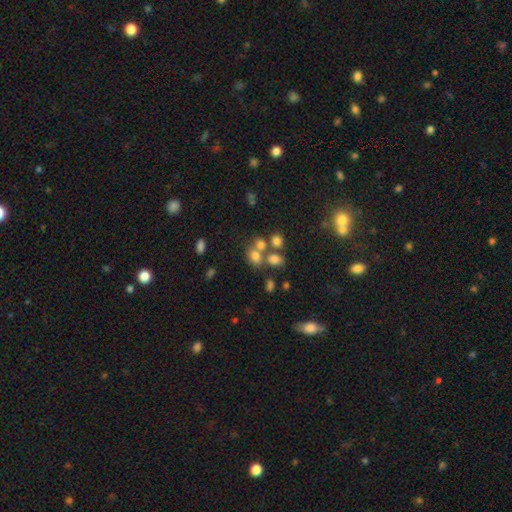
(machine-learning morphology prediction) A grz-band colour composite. It shows a smooth galaxy with no disk features (67%) that is round (53%). Merging: none (43%).